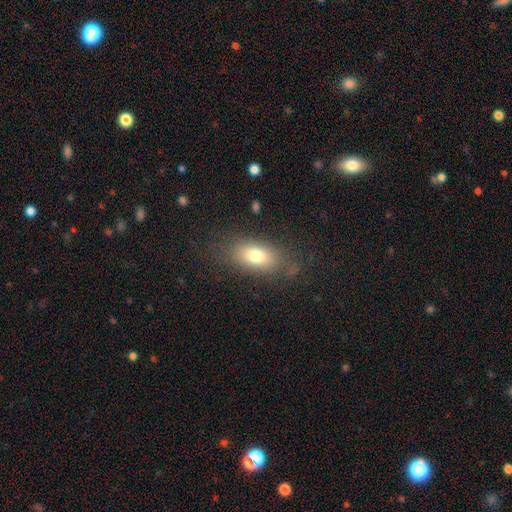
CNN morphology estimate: Smooth or featured? smooth (76%)
How rounded? in between (86%)
Merging? none (77%)